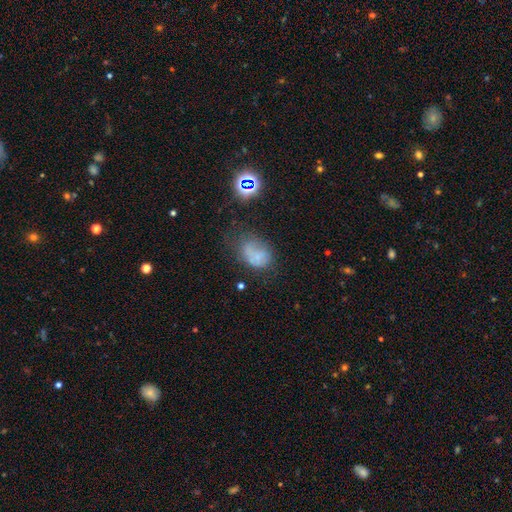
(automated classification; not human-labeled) smooth 55%, featured or disk 27%, star or artifact 18%. Down the decision tree: how rounded — in between (69%); merging — none (32%).